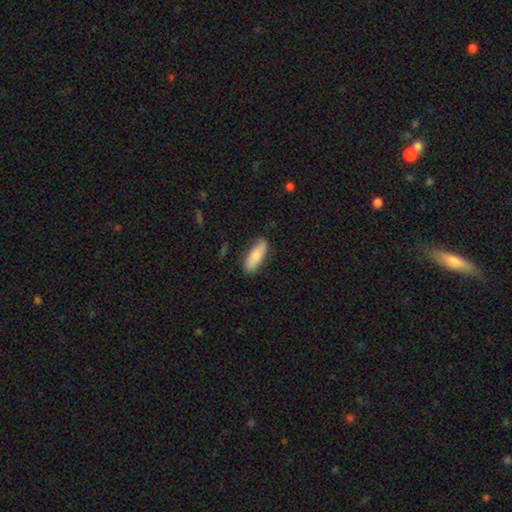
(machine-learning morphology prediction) This appears to be a smooth galaxy with no disk features (79%) that is in between round and cigar-shaped (64%). Merging: none (77%).